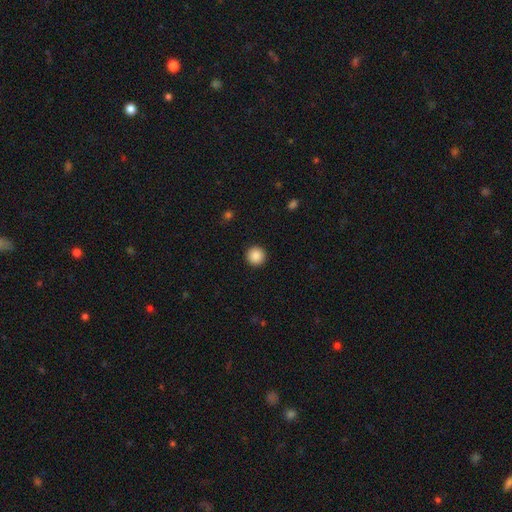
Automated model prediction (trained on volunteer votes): This appears to be a smooth galaxy with no disk features (88%) that is round (96%). Merging: none (93%).